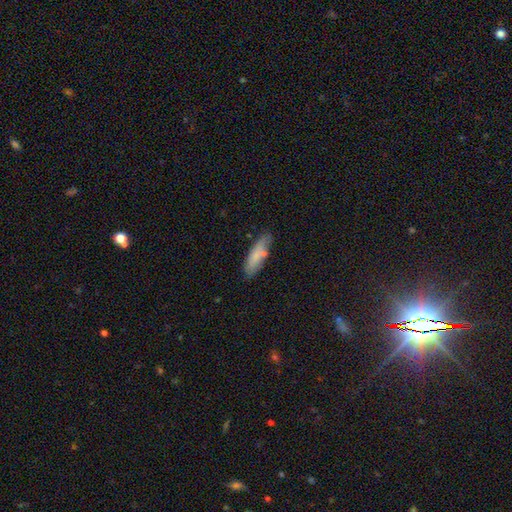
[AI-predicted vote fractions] This is likely a smooth galaxy (76%). How rounded: possibly cigar-shaped (55%). Merging: likely none (74%).